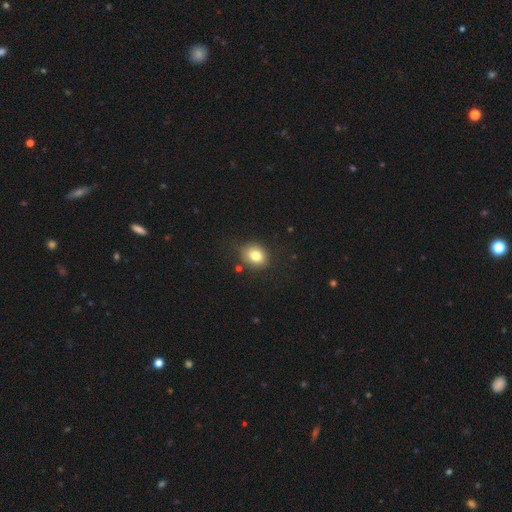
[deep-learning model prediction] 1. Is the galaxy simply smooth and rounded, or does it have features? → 80% smooth, 10% star or artifact, 10% featured or disk.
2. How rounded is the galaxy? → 56% round, 43% in between, 1% cigar-shaped.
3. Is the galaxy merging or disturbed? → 81% none, 13% minor disturbance, 3% major disturbance, 3% merger.